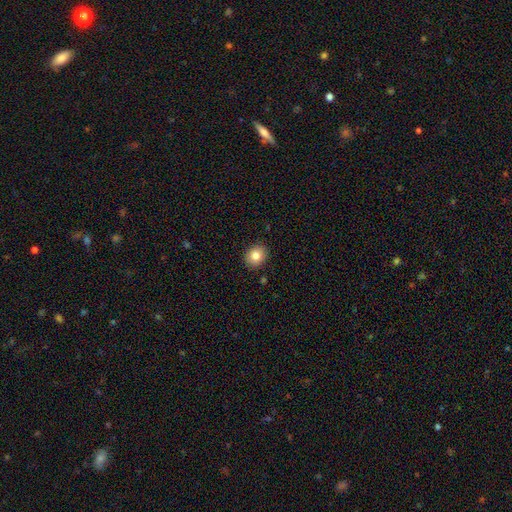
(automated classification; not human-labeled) The model was most divided on "how rounded": round: 60%, in between: 39%, cigar-shaped: 1%. More confident: merging — none (89%); smooth or featured — smooth (83%).